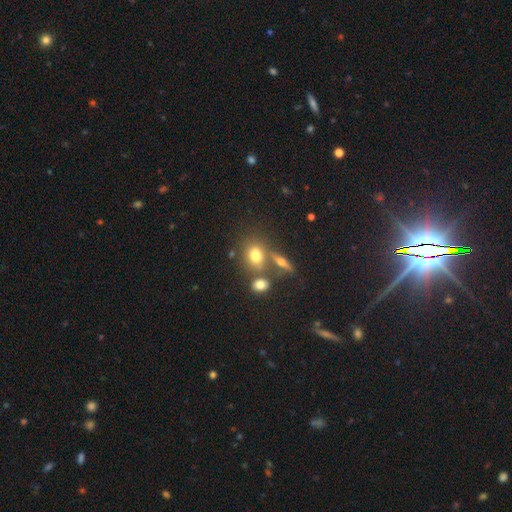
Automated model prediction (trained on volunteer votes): Smooth or featured? Predicted: smooth (p=0.68). How rounded? Predicted: in between (p=0.55). Merging? Predicted: none (p=0.51).